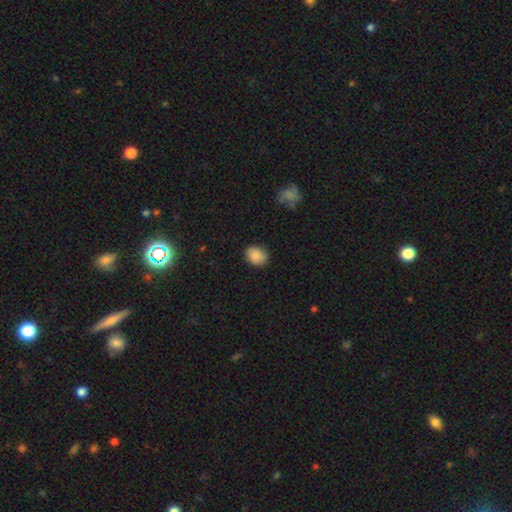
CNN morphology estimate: Q: Smooth or featured?
A: smooth (88%); runner-up: star or artifact (8%)
Q: How rounded?
A: round (59%); runner-up: in between (40%)
Q: Merging?
A: none (86%); runner-up: minor disturbance (10%)